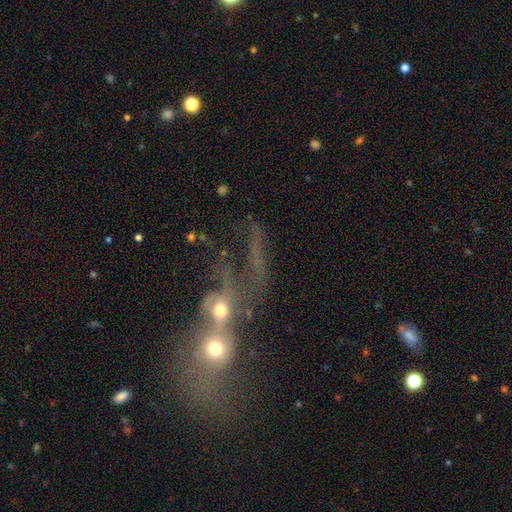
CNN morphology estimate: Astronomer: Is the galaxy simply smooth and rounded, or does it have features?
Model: featured or disk — 47% (runner-up: smooth, 30%).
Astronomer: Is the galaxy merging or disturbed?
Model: merger — 71%.